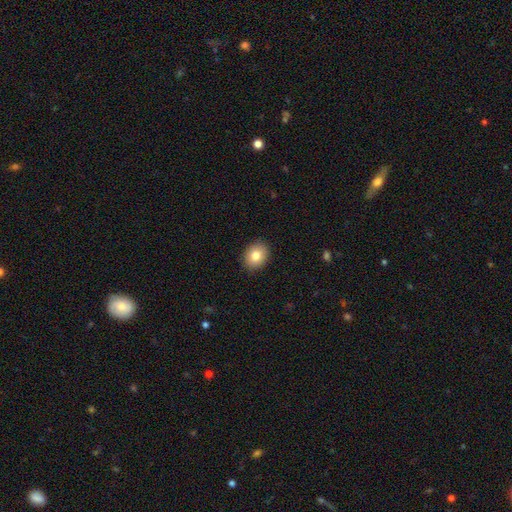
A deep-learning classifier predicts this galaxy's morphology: Smooth or featured?
  - smooth: 82% *
  - featured or disk: 10%
  - star or artifact: 9%
How rounded?
  - in between: 58% *
  - round: 42%
  - cigar-shaped: 1%
Merging?
  - none: 90% *
  - minor disturbance: 7%
  - major disturbance: 2%
  - merger: 1%